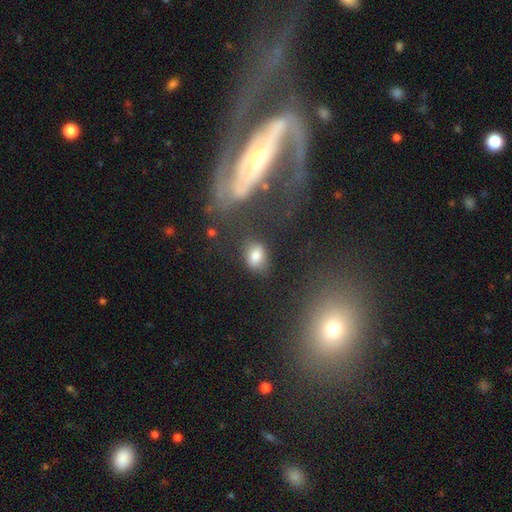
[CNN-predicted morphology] Q: Smooth or featured?
A: smooth (78%); runner-up: star or artifact (11%)
Q: How rounded?
A: in between (77%); runner-up: round (21%)
Q: Merging?
A: none (66%); runner-up: minor disturbance (20%)